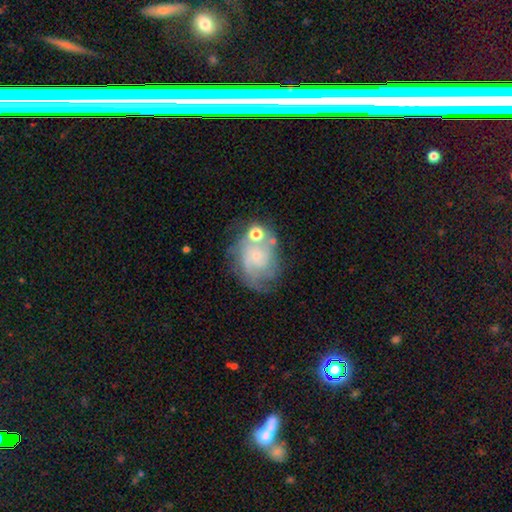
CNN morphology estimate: This appears to be a featured or disk galaxy (71%) with no bar (70%), tight (50%) spiral arms (88%) and a small central bulge (68%). Merging: none (54%).